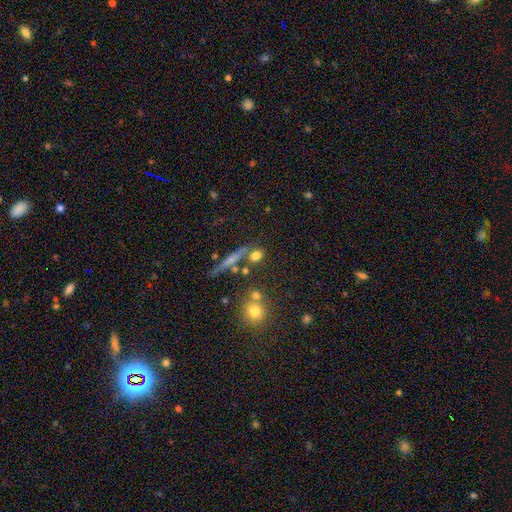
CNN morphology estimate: Smooth or featured? smooth (72%)
How rounded? round (48%)
Merging? none (68%)